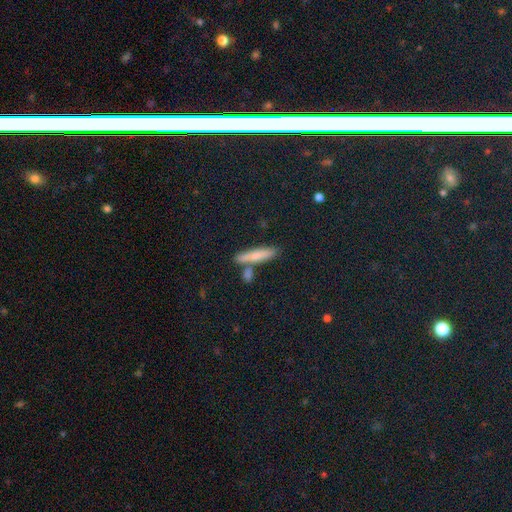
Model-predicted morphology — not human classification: Smooth or featured? smooth (70%)
How rounded? cigar-shaped (81%)
Merging? none (73%)